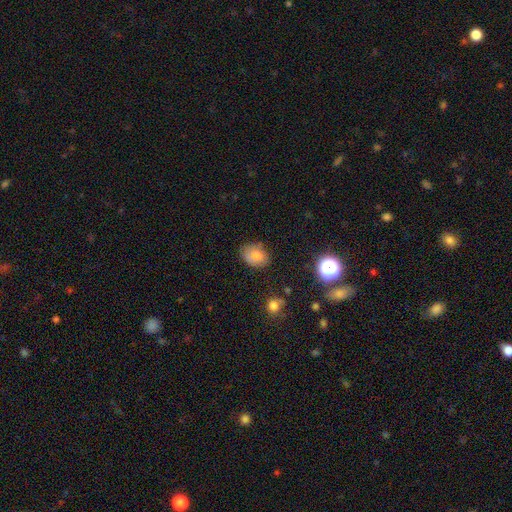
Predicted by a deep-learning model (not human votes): Smooth or featured?
  - smooth: 79% *
  - star or artifact: 11%
  - featured or disk: 10%
How rounded?
  - in between: 67% *
  - round: 32%
  - cigar-shaped: 1%
Merging?
  - none: 71% *
  - minor disturbance: 22%
  - major disturbance: 5%
  - merger: 2%